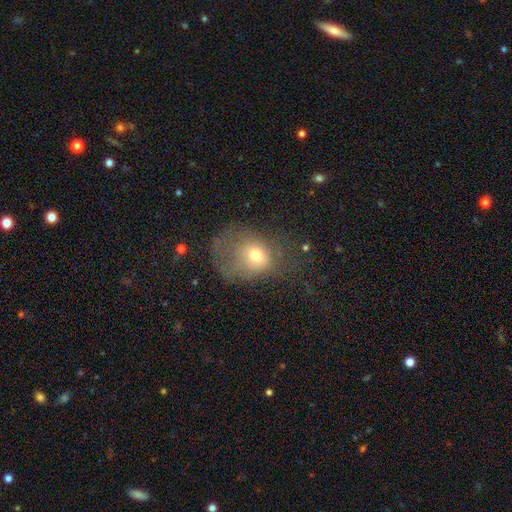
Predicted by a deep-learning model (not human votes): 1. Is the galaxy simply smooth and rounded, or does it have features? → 64% smooth, 22% featured or disk, 14% star or artifact.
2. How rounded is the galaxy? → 53% round, 46% in between, 1% cigar-shaped.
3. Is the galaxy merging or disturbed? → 44% major disturbance, 29% none, 24% minor disturbance, 3% merger.